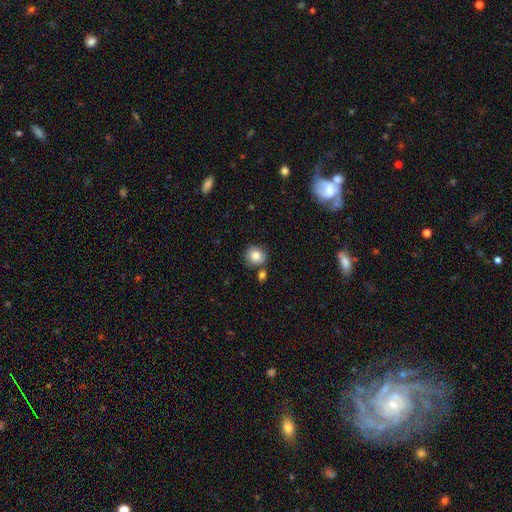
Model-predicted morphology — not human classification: Smooth or featured: smooth — 82% (featured or disk — 9%)
How rounded: round — 86% (in between — 13%)
Merging: none — 74% (minor disturbance — 12%)